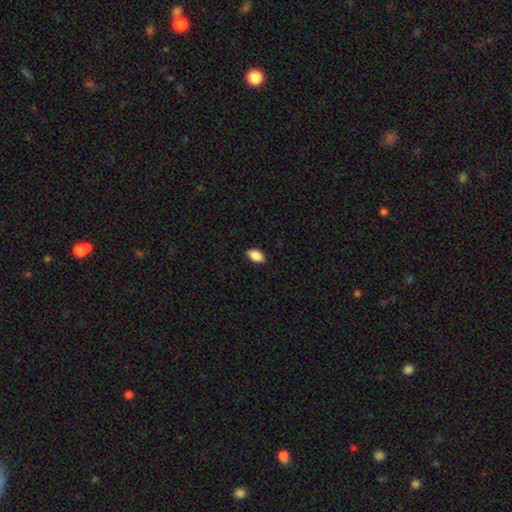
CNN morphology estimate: type=smooth (88%); roundness=in between (92%); merging=none (89%).